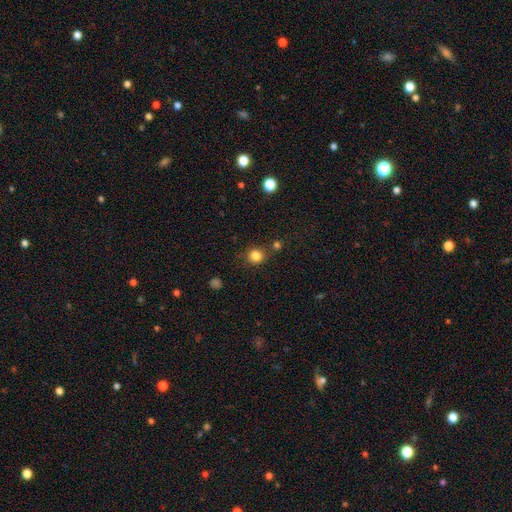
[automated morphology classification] The model was most divided on "merging": none: 79%, minor disturbance: 10%, merger: 8%, major disturbance: 3%. More confident: how rounded — round (89%); smooth or featured — smooth (83%).